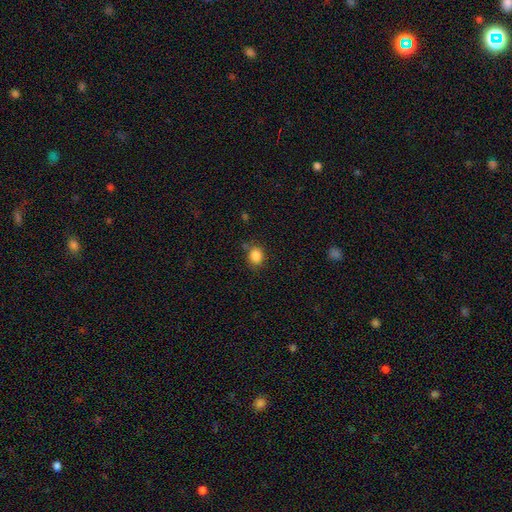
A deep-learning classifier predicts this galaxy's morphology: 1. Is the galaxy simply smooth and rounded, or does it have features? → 86% smooth, 10% star or artifact, 4% featured or disk.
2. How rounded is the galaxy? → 65% round, 34% in between, 1% cigar-shaped.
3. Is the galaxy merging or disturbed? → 74% none, 17% minor disturbance, 4% major disturbance, 4% merger.